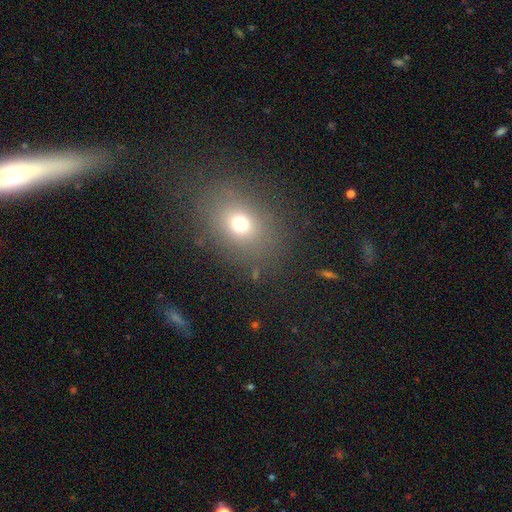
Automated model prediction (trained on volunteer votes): The model was most divided on "how rounded": in between: 52%, round: 45%, cigar-shaped: 3%. More confident: merging — none (82%); smooth or featured — smooth (65%).